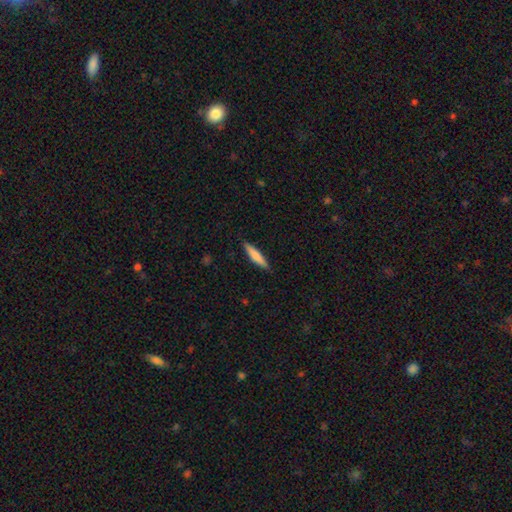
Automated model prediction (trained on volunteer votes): Smooth or featured? Predicted: smooth (p=0.70). How rounded? Predicted: cigar-shaped (p=0.88). Merging? Predicted: none (p=0.90).